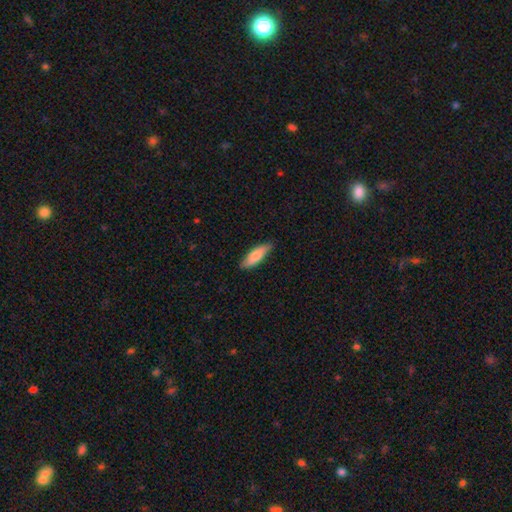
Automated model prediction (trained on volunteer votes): smooth_or_featured: smooth (p=0.75) [alt: featured or disk p=0.19]
how_rounded: in between (p=0.53) [alt: cigar-shaped p=0.45]
merging: none (p=0.83) [alt: minor disturbance p=0.14]